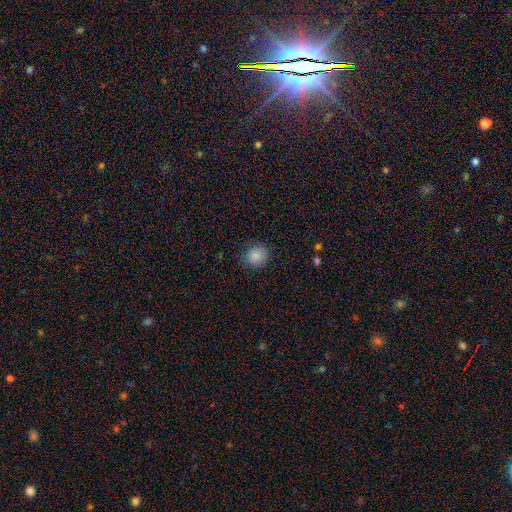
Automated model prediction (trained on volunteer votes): Q: Smooth or featured?
A: smooth (86%); runner-up: star or artifact (9%)
Q: How rounded?
A: round (85%); runner-up: in between (14%)
Q: Merging?
A: none (86%); runner-up: minor disturbance (10%)